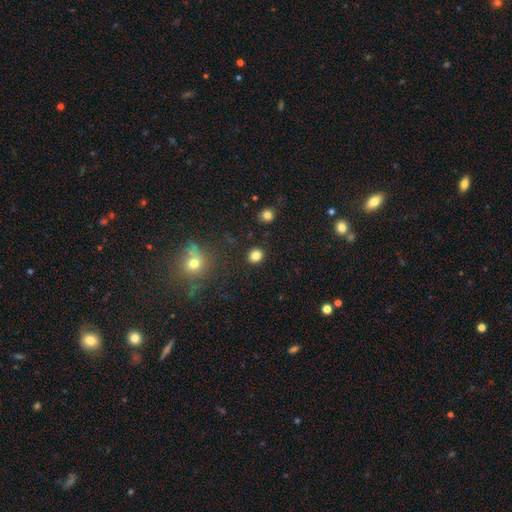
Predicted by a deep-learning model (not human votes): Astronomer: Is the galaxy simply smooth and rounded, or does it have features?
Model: smooth — 83%.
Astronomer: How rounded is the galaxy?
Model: round — 74%.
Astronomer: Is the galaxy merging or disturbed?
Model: none — 89%.